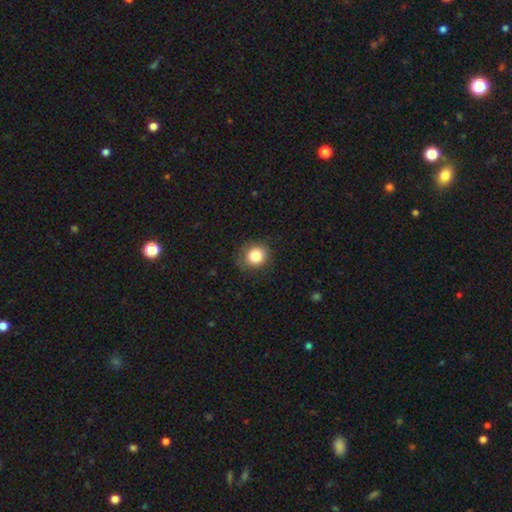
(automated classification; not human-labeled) smooth_or_featured: smooth (p=0.83) [alt: star or artifact p=0.10]
how_rounded: round (p=0.86) [alt: in between p=0.13]
merging: none (p=0.81) [alt: minor disturbance p=0.14]